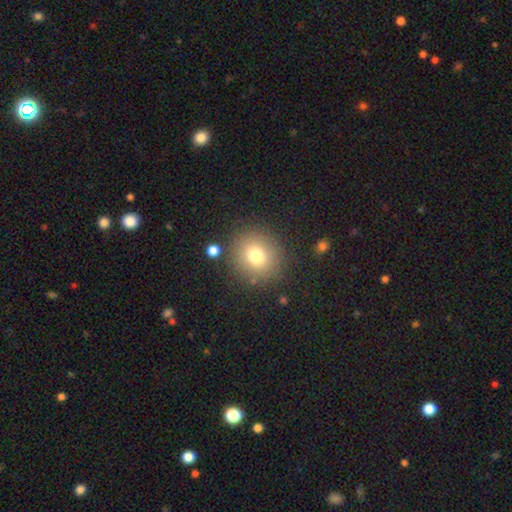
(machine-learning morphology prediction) smooth 76%, star or artifact 13%, featured or disk 11%. Down the decision tree: how rounded — round (85%); merging — none (84%).